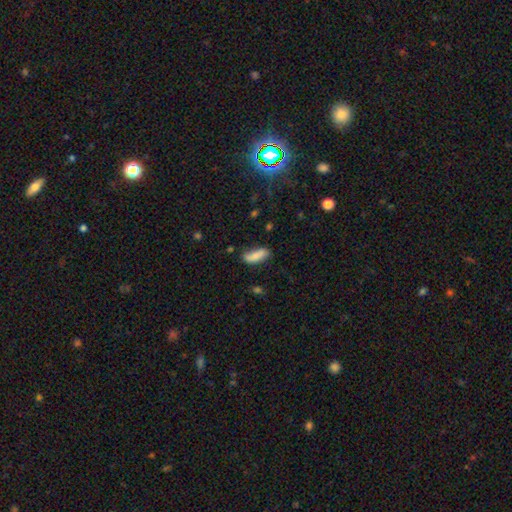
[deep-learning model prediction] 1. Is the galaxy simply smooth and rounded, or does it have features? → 76% smooth, 17% featured or disk, 7% star or artifact.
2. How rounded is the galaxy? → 70% in between, 27% cigar-shaped, 2% round.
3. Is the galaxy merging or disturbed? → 71% none, 21% minor disturbance, 4% major disturbance, 3% merger.